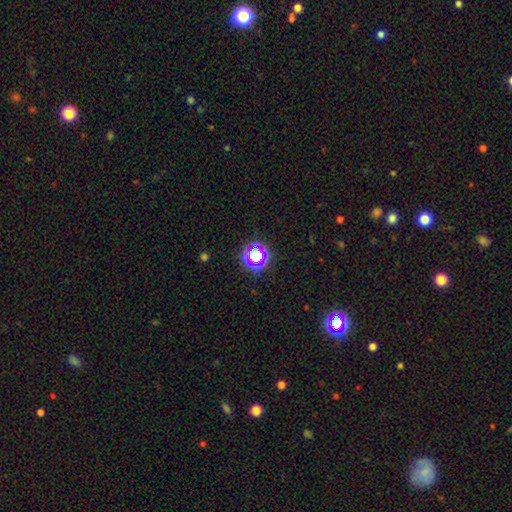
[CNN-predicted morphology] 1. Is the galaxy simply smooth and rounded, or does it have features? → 60% star or artifact, 29% smooth, 12% featured or disk.